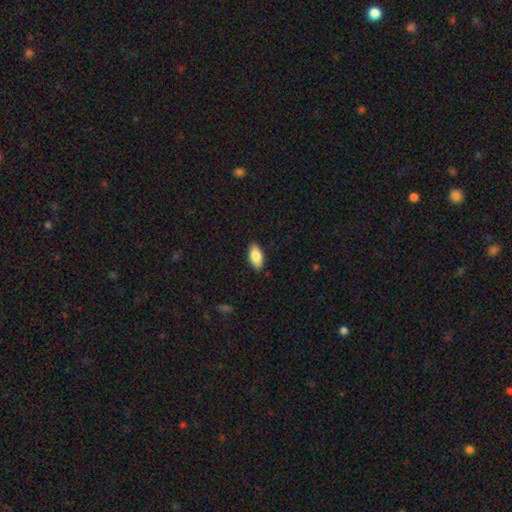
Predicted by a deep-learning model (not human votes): A smooth galaxy with no disk features (82%) that is in between round and cigar-shaped (90%). Merging: none (87%).